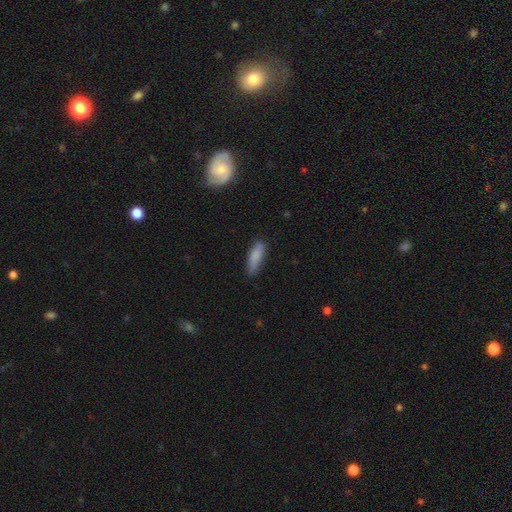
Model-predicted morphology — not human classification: Smooth or featured?
  - smooth: 83% *
  - featured or disk: 10%
  - star or artifact: 7%
How rounded?
  - cigar-shaped: 56% *
  - in between: 42%
  - round: 2%
Merging?
  - none: 75% *
  - minor disturbance: 20%
  - major disturbance: 4%
  - merger: 2%